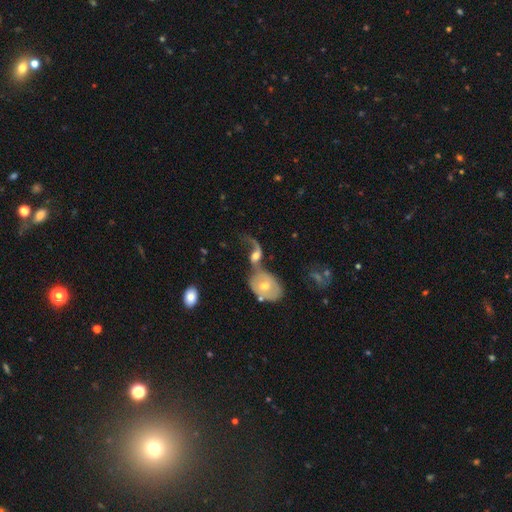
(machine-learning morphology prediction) smooth-or-featured: featured or disk: 69% | smooth: 23% | star or artifact: 8%
  disk-edge-on: no: 94% | yes: 6%
    bar: no: 57% | weak: 33% | strong: 10%
    has-spiral-arms: yes: 81% | no: 19%
      spiral-winding: loose: 80% | medium: 15% | tight: 4%
      spiral-arm-count: 2: 65% | 1: 28% | can't tell: 5% | 3: 1% | 4: 1% | more than 4: 1%
    bulge-size: moderate: 60% | small: 21% | large: 13% | none: 4% | dominant: 2%
  merging: merger: 62% | none: 16% | major disturbance: 14% | minor disturbance: 8%